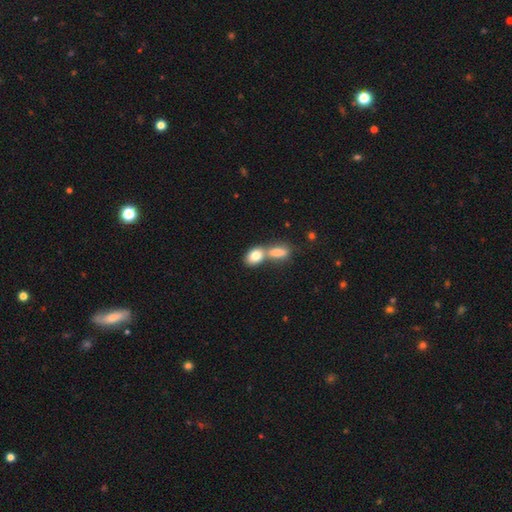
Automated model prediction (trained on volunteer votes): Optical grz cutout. It shows a smooth galaxy with no disk features (80%) that is in between round and cigar-shaped (82%). Merging: merger (62%).